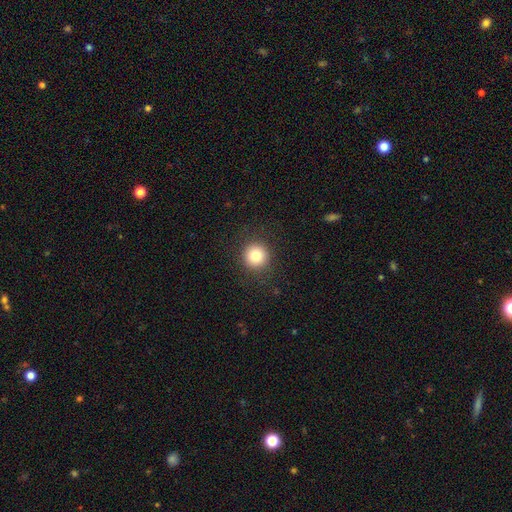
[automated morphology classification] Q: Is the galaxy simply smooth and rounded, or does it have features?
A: smooth — 82%.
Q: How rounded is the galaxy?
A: round — 95%.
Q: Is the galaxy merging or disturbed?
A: none — 90%.